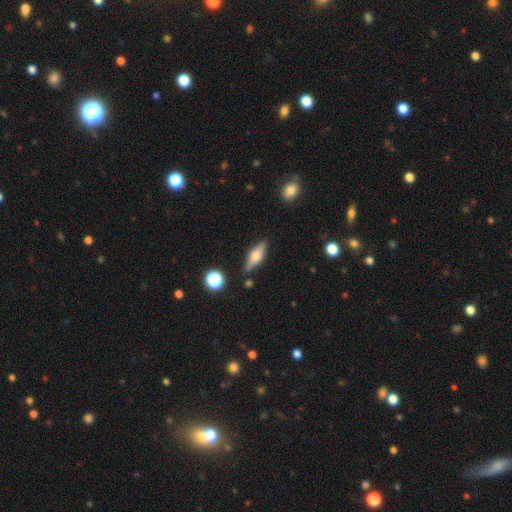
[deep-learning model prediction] Smooth or featured? Predicted: featured or disk (p=0.51). Edge-on disk? Predicted: yes (p=0.91). Merging? Predicted: none (p=0.83).